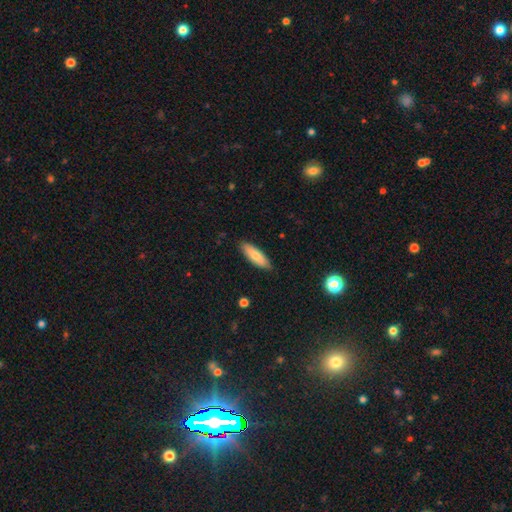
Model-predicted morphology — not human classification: smooth_or_featured: smooth (p=0.76) [alt: featured or disk p=0.18]
how_rounded: cigar-shaped (p=0.52) [alt: in between p=0.46]
merging: none (p=0.87) [alt: minor disturbance p=0.10]